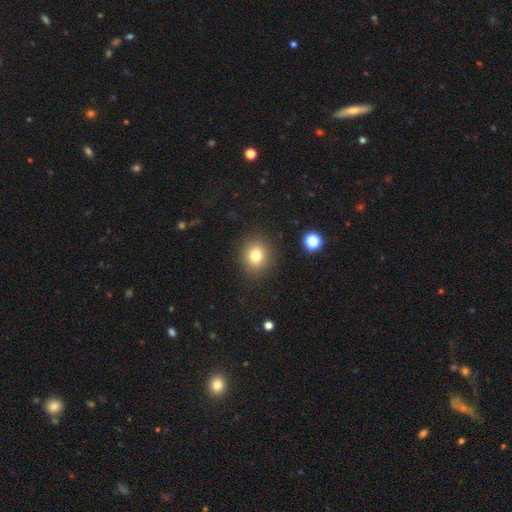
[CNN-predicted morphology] Q: Smooth or featured?
A: smooth (78%); runner-up: star or artifact (14%)
Q: How rounded?
A: round (74%); runner-up: in between (25%)
Q: Merging?
A: none (88%); runner-up: minor disturbance (7%)